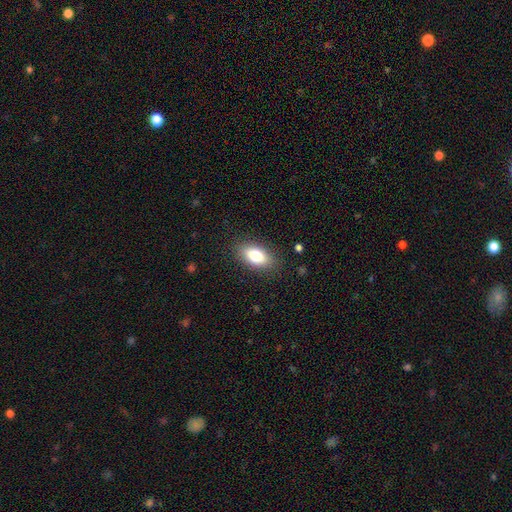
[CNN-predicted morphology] smooth_or_featured: smooth (p=0.80) [alt: featured or disk p=0.12]
how_rounded: in between (p=0.90) [alt: round p=0.06]
merging: none (p=0.86) [alt: minor disturbance p=0.10]